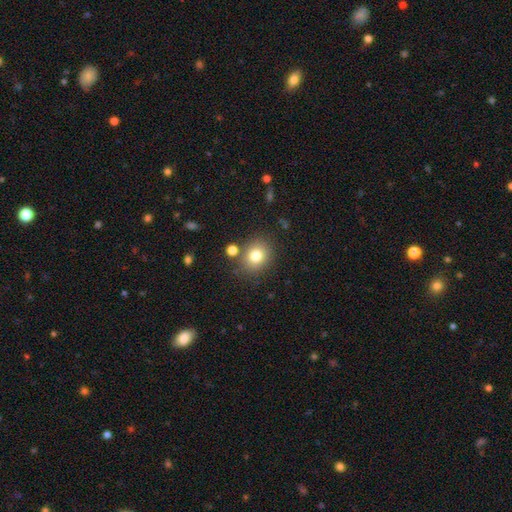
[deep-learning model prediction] This is likely a smooth galaxy (79%). How rounded: likely round (68%). Merging: likely none (79%).